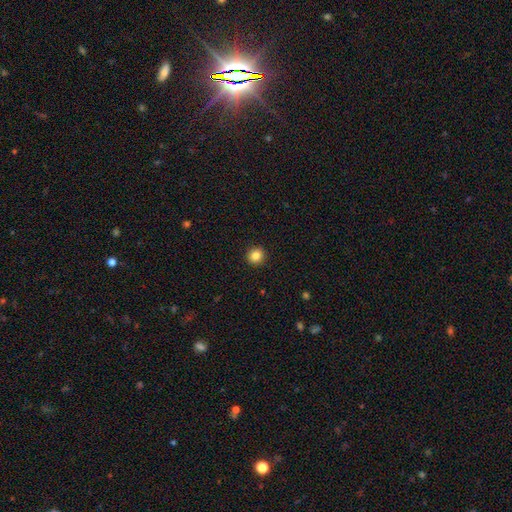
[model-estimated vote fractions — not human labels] The model was most divided on "smooth or featured": smooth: 84%, star or artifact: 11%, featured or disk: 5%. More confident: merging — none (93%); how rounded — round (92%).